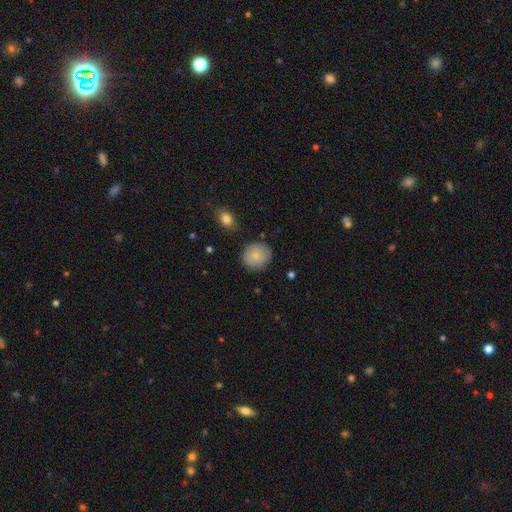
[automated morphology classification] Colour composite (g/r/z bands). It shows a smooth galaxy with no disk features (83%) that is round (88%). Merging: none (84%).